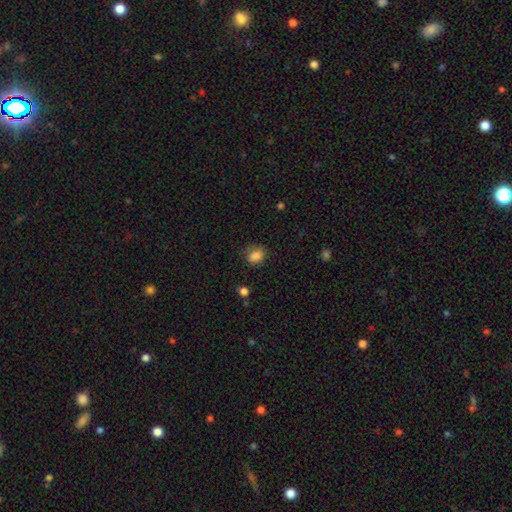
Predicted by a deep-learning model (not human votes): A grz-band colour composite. It shows a smooth galaxy with no disk features (84%) that is in between round and cigar-shaped (54%). Merging: none (72%).